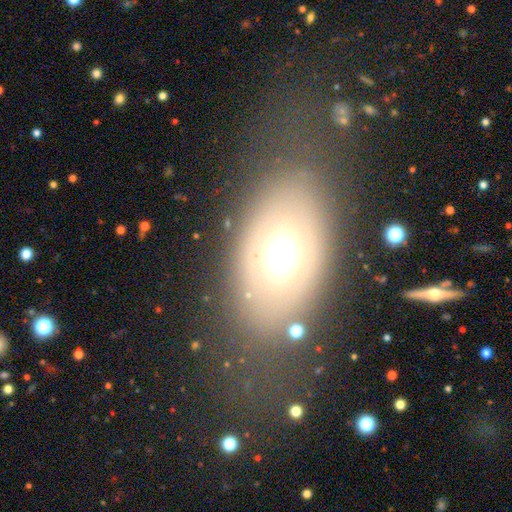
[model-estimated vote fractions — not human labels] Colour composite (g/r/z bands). It shows a smooth galaxy with no disk features (46%). Merging: none (73%).